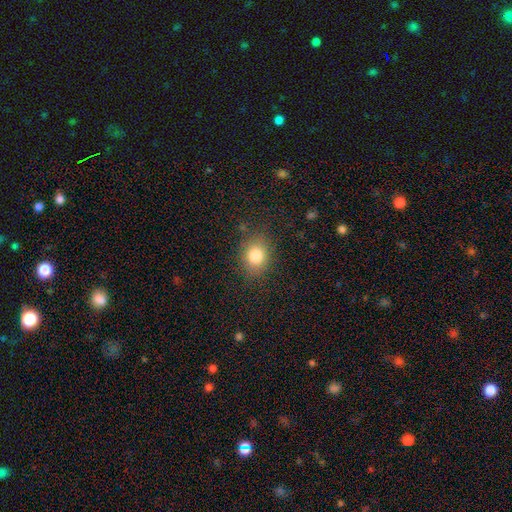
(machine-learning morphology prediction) Smooth or featured?
  - smooth: 82% *
  - star or artifact: 11%
  - featured or disk: 8%
How rounded?
  - in between: 50% *
  - round: 49%
  - cigar-shaped: 1%
Merging?
  - none: 82% *
  - minor disturbance: 12%
  - major disturbance: 4%
  - merger: 1%